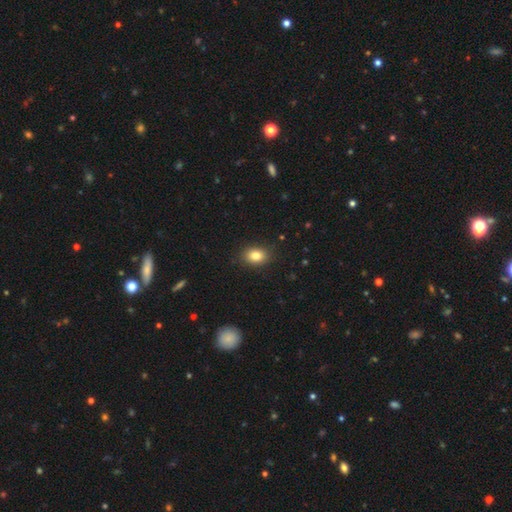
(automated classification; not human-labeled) This is clearly a smooth galaxy (83%). How rounded: likely in between (72%). Merging: clearly none (87%).